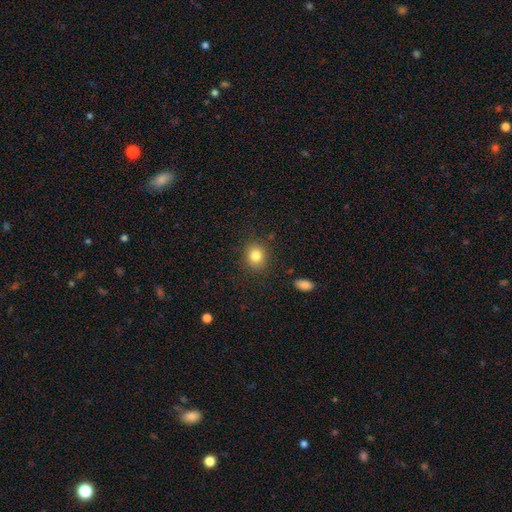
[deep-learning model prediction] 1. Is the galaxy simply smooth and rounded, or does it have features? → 82% smooth, 10% star or artifact, 7% featured or disk.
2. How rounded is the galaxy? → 76% round, 23% in between, 1% cigar-shaped.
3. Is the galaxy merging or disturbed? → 87% none, 8% minor disturbance, 3% major disturbance, 1% merger.